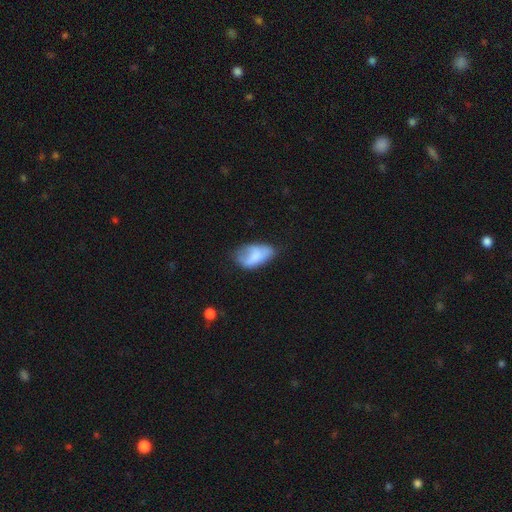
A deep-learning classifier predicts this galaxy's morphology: This appears to be a smooth galaxy with no disk features (70%) that is in between round and cigar-shaped (92%). Merging: none (41%).